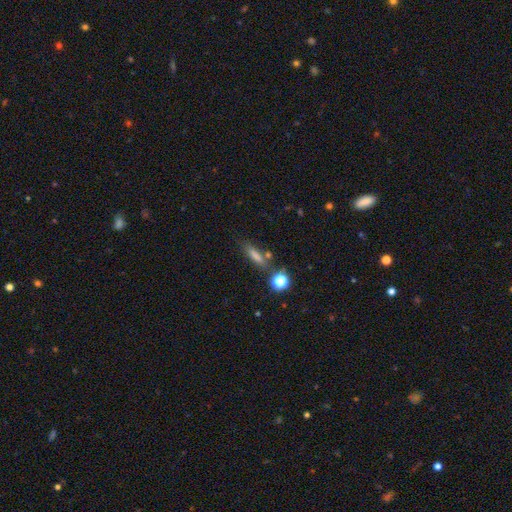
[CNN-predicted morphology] Overall: smooth (66%). How rounded: cigar-shaped (63%; in between 29%). Merging: none (71%).